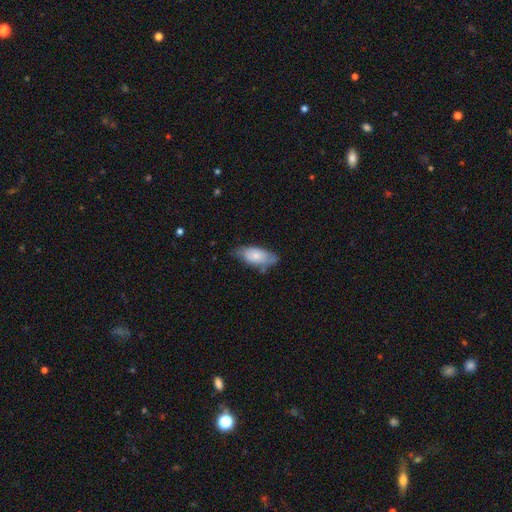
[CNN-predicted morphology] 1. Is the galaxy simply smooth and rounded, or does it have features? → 67% smooth, 26% featured or disk, 6% star or artifact.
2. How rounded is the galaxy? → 88% in between, 9% cigar-shaped, 3% round.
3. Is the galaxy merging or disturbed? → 56% none, 33% minor disturbance, 9% major disturbance, 3% merger.